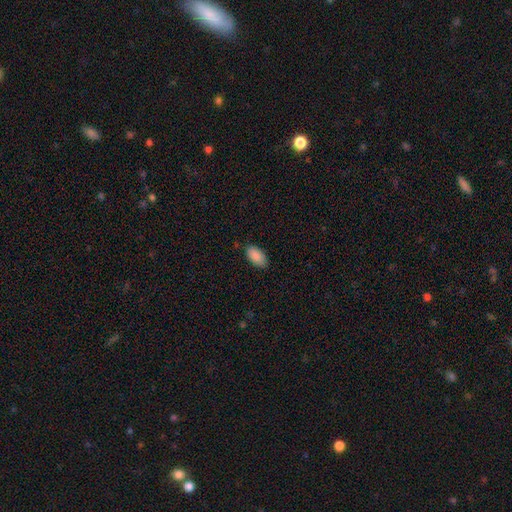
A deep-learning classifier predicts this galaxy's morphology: Overall: smooth (90%). How rounded: in between (95%). Merging: none (83%).